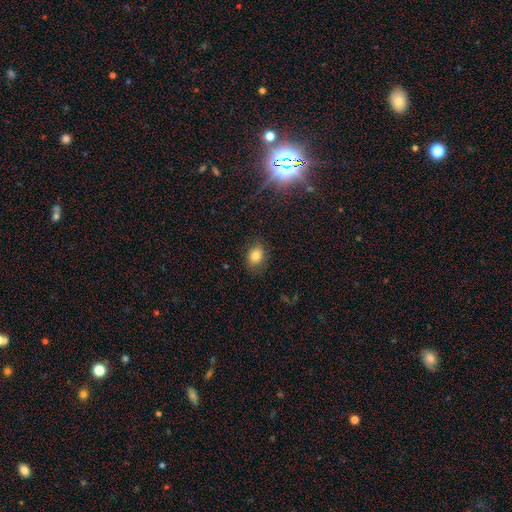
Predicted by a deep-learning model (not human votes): smooth-or-featured: smooth: 80% | star or artifact: 12% | featured or disk: 9%
  how-rounded: in between: 62% | round: 37% | cigar-shaped: 1%
  merging: none: 80% | minor disturbance: 14% | major disturbance: 4% | merger: 1%